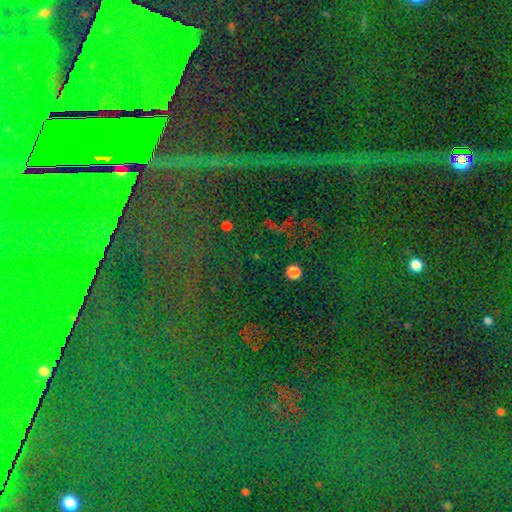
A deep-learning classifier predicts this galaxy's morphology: A star or artifact, not a galaxy (85%).